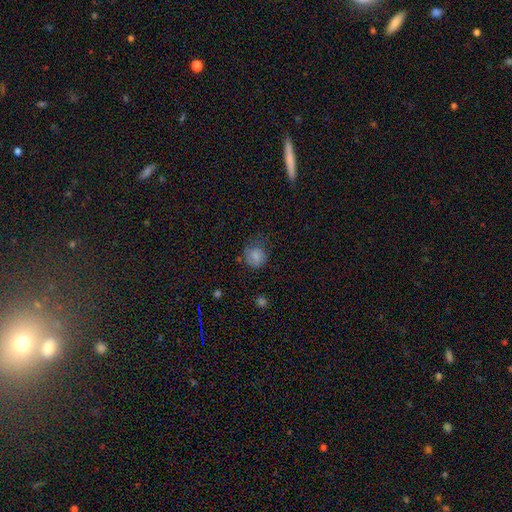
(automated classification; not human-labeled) Smooth or featured? Predicted: smooth (p=0.79). How rounded? Predicted: round (p=0.77). Merging? Predicted: none (p=0.54).